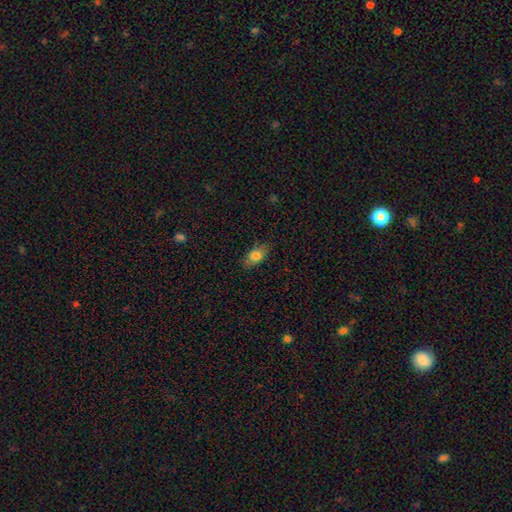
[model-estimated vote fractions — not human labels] smooth 80%, featured or disk 11%, star or artifact 9%. Down the decision tree: how rounded — in between (84%); merging — none (81%).